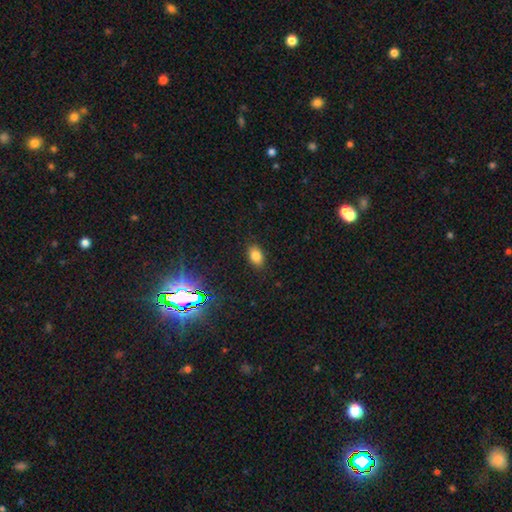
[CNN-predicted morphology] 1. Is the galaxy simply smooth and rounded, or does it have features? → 79% smooth, 14% star or artifact, 7% featured or disk.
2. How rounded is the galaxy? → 87% in between, 11% round, 2% cigar-shaped.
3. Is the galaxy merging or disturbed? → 87% none, 9% minor disturbance, 3% major disturbance, 1% merger.